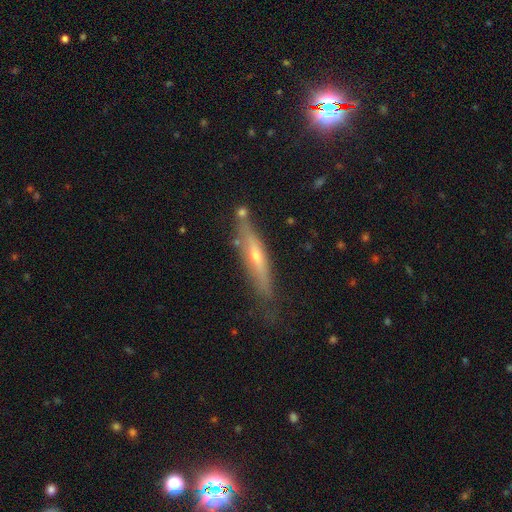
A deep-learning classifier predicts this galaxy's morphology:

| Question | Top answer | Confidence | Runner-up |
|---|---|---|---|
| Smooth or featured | featured or disk | 62% | smooth (31%) |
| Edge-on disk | yes | 87% | no (13%) |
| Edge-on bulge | rounded | 77% | none (19%) |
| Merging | none | 74% | minor disturbance (17%) |